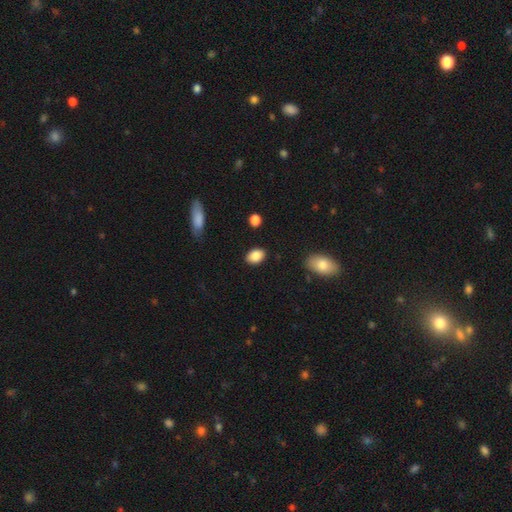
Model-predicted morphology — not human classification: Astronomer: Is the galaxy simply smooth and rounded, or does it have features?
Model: smooth — 87%.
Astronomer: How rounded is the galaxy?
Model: in between — 83%.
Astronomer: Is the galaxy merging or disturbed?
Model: none — 87%.